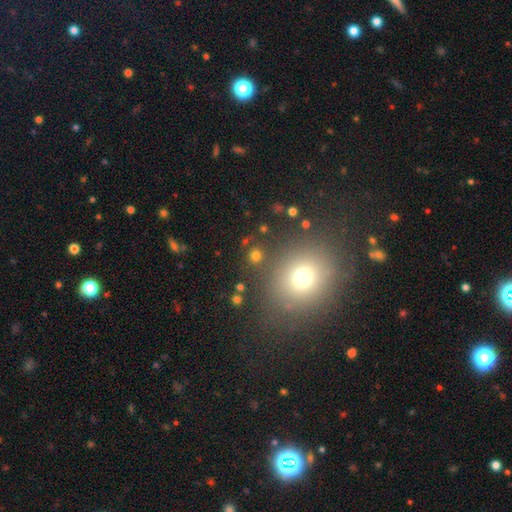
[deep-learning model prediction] smooth_or_featured: smooth (p=0.73) [alt: star or artifact p=0.20]
how_rounded: round (p=0.86) [alt: in between p=0.13]
merging: none (p=0.83) [alt: minor disturbance p=0.07]